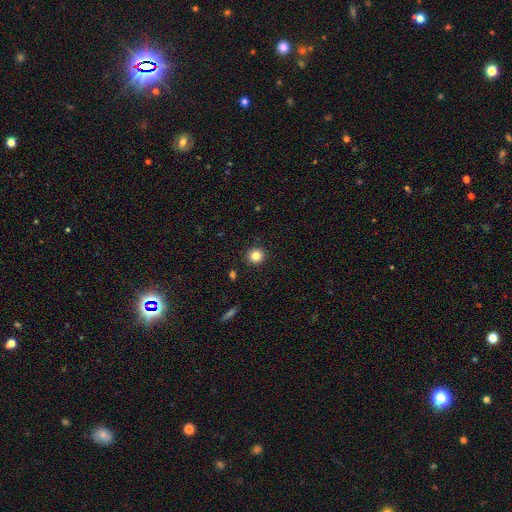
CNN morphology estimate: This is clearly a smooth galaxy (84%). How rounded: clearly round (93%). Merging: clearly none (92%).